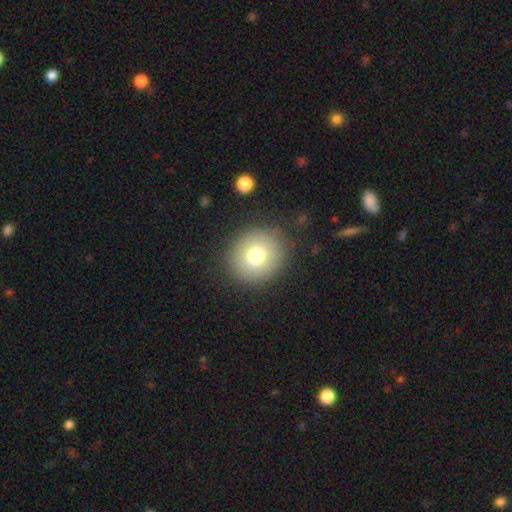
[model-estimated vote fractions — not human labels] A smooth galaxy with no disk features (75%) that is round (87%).

Vote fractions:
- Smooth or featured? smooth: 75% / featured or disk: 13% / star or artifact: 12%
- How rounded? round: 87% / in between: 12% / cigar-shaped: 1%
- Merging? none: 88% / minor disturbance: 7% / major disturbance: 3% / merger: 1%